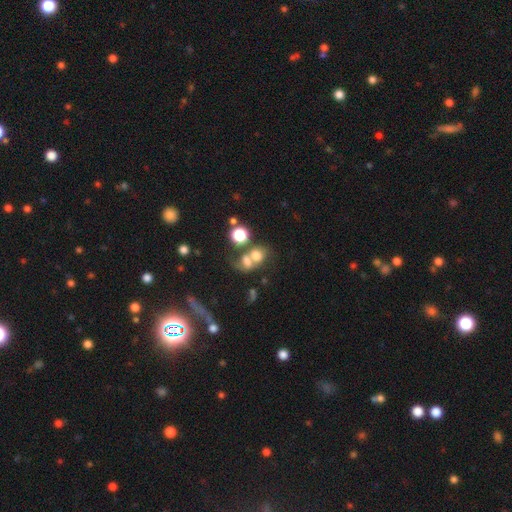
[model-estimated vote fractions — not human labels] Morphology: type=smooth (63%); roundness=round (61%); merging=merger (58%).